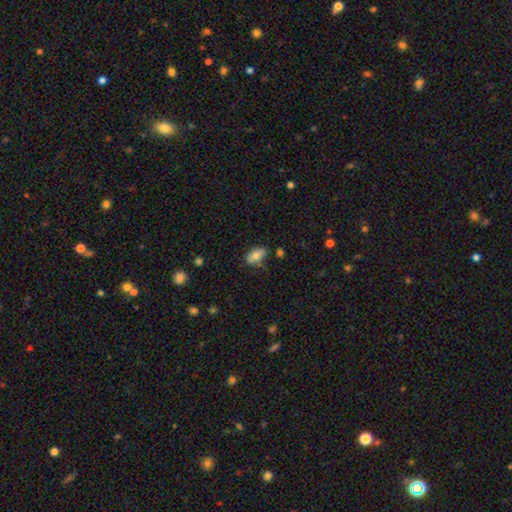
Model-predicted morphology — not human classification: Q: Smooth or featured?
A: smooth (77%); runner-up: featured or disk (16%)
Q: How rounded?
A: in between (91%); runner-up: round (6%)
Q: Merging?
A: none (71%); runner-up: minor disturbance (22%)